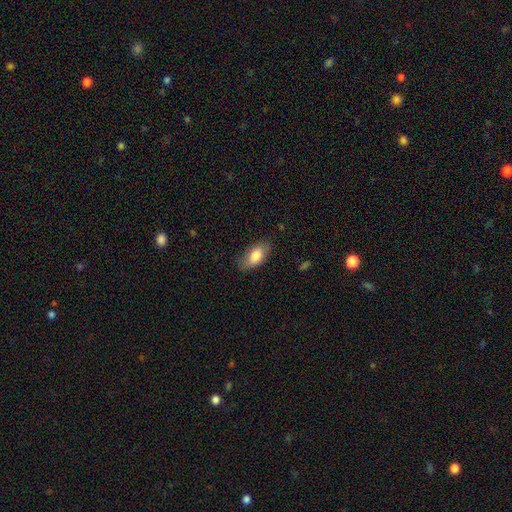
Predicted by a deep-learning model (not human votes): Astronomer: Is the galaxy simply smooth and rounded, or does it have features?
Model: smooth — 81%.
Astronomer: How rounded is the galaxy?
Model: in between — 91%.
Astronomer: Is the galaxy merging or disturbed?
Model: none — 78%.